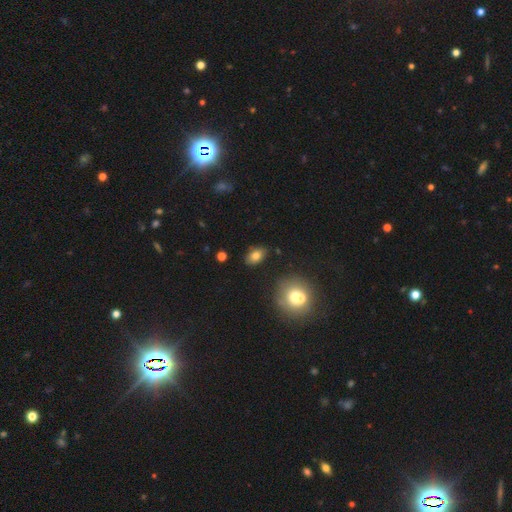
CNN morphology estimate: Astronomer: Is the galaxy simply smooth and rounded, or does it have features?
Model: smooth — 78%.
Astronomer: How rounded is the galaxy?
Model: in between — 88%.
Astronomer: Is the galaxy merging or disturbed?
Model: none — 84%.